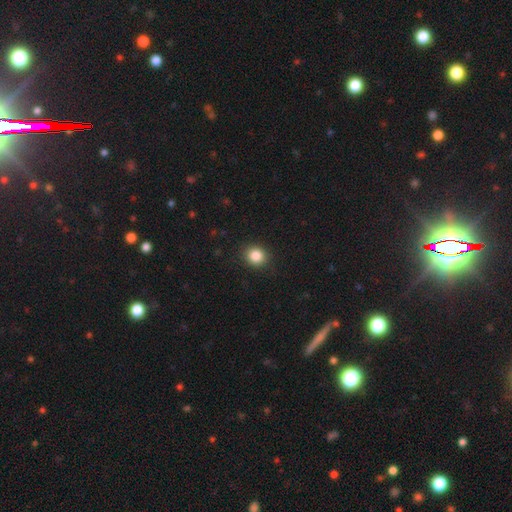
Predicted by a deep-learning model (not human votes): This appears to be a smooth galaxy with no disk features (86%) that is round (82%). Merging: none (90%).